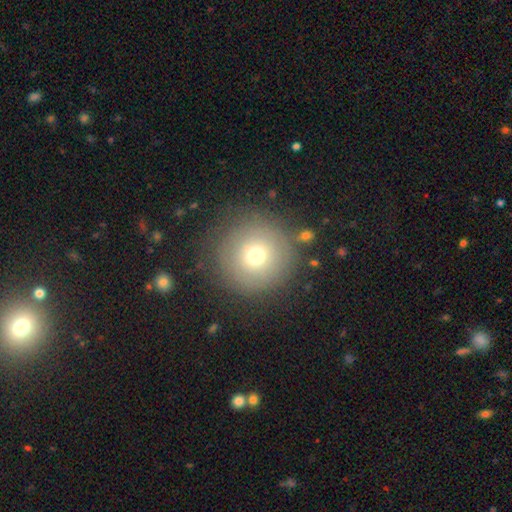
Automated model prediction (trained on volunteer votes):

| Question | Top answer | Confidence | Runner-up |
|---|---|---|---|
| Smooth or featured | smooth | 68% | featured or disk (19%) |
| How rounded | round | 96% | in between (3%) |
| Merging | none | 82% | minor disturbance (10%) |